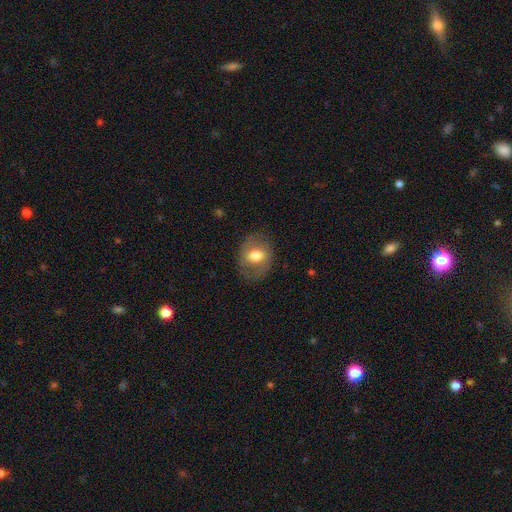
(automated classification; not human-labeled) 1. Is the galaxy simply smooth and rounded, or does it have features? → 56% smooth, 36% featured or disk, 7% star or artifact.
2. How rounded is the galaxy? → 61% in between, 38% round, 1% cigar-shaped.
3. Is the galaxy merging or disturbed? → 77% none, 15% minor disturbance, 7% major disturbance, 1% merger.